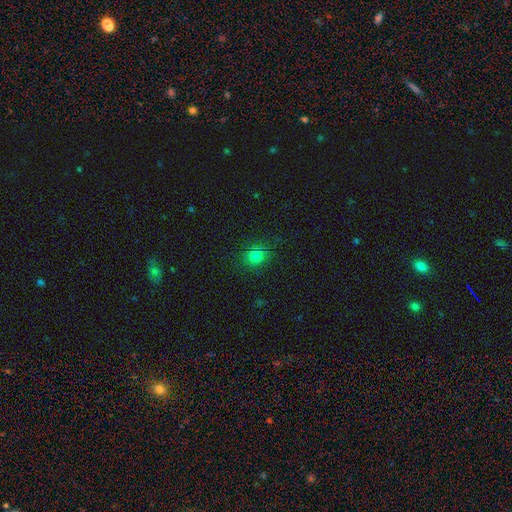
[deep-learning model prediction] A smooth galaxy with no disk features (79%) that is round (81%).

Vote fractions:
- Smooth or featured? smooth: 79% / star or artifact: 15% / featured or disk: 5%
- How rounded? round: 81% / in between: 18% / cigar-shaped: 1%
- Merging? none: 85% / minor disturbance: 10% / major disturbance: 3% / merger: 1%